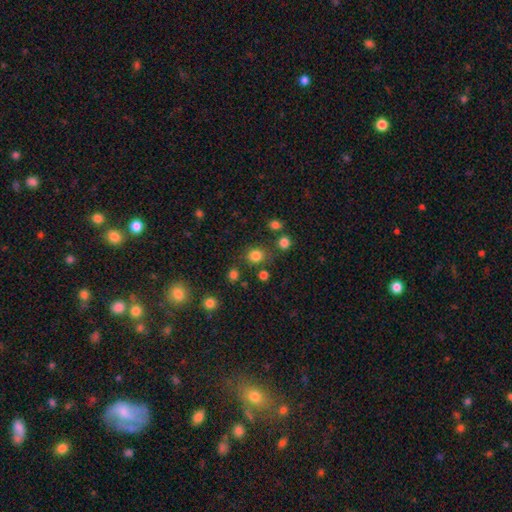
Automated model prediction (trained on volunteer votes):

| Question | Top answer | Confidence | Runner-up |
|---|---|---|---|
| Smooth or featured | smooth | 81% | star or artifact (14%) |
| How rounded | round | 77% | in between (22%) |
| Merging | none | 76% | minor disturbance (12%) |